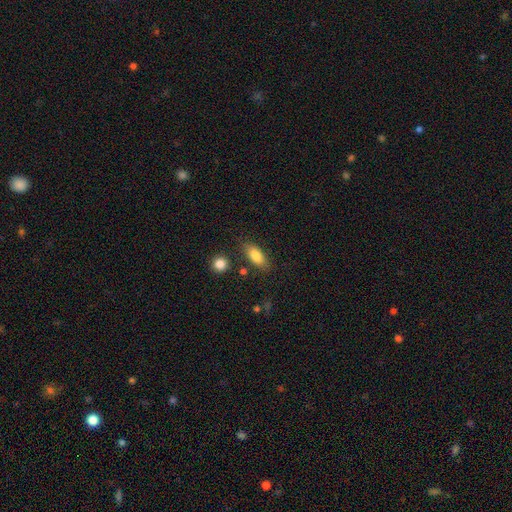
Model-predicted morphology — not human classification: type=smooth (84%); roundness=in between (81%); merging=none (79%).